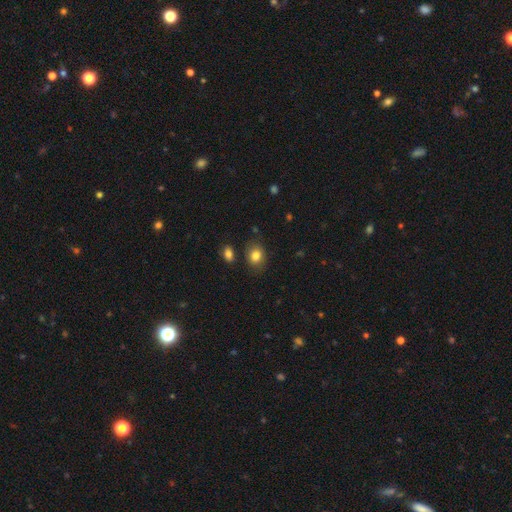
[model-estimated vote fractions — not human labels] Smooth or featured?
  - smooth: 83% *
  - star or artifact: 10%
  - featured or disk: 7%
How rounded?
  - in between: 55% *
  - round: 44%
  - cigar-shaped: 1%
Merging?
  - none: 79% *
  - minor disturbance: 14%
  - merger: 4%
  - major disturbance: 4%